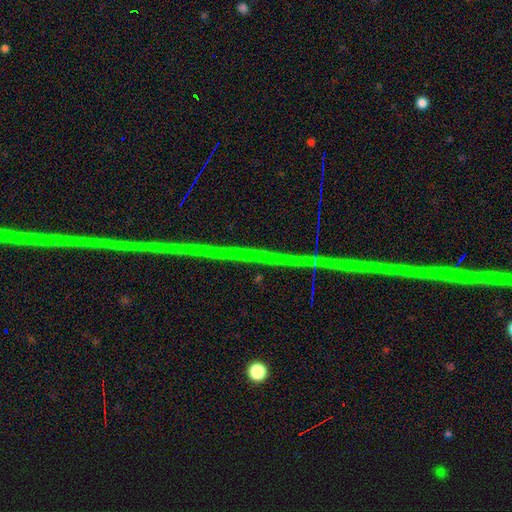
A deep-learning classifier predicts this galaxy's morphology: smooth-or-featured: star or artifact: 85% | featured or disk: 10% | smooth: 5%